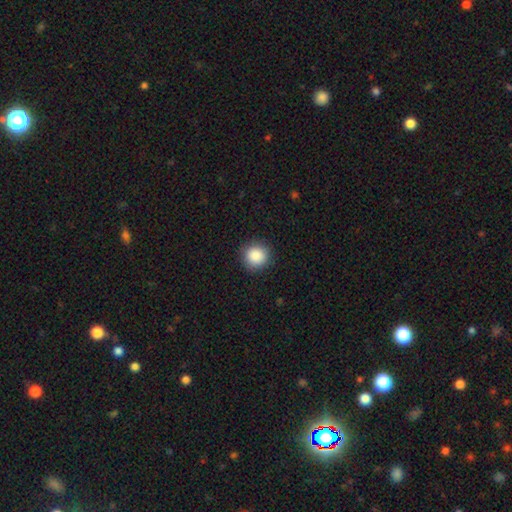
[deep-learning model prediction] Overall: smooth (88%). How rounded: round (93%). Merging: none (90%).